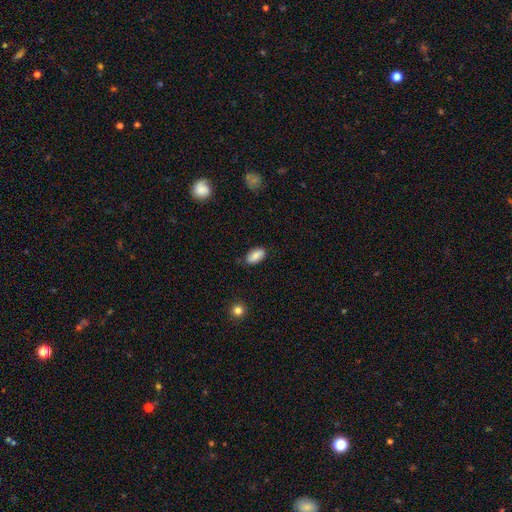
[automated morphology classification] The model was most divided on "merging": none: 80%, minor disturbance: 16%, major disturbance: 3%, merger: 2%. More confident: how rounded — in between (93%); smooth or featured — smooth (79%).